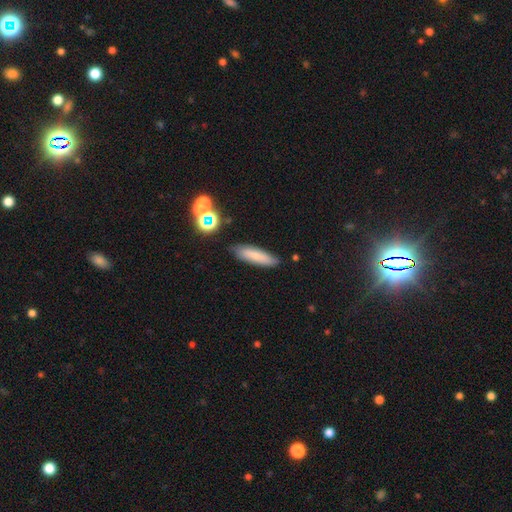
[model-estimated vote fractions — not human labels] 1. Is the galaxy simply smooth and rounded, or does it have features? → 69% smooth, 21% featured or disk, 11% star or artifact.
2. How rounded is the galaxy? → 63% cigar-shaped, 35% in between, 2% round.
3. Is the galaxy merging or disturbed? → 82% none, 12% minor disturbance, 3% major disturbance, 3% merger.